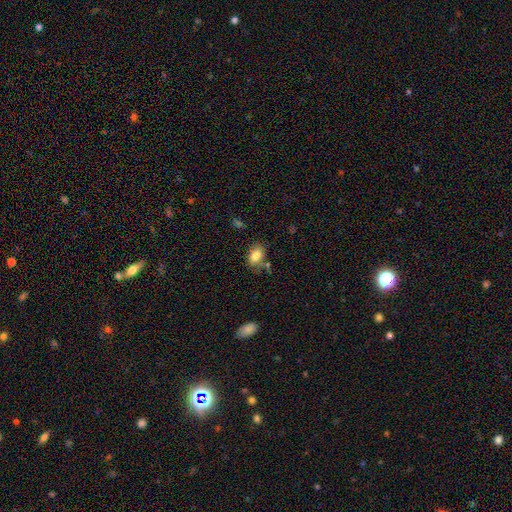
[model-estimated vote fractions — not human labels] A smooth galaxy with no disk features (81%) that is in between round and cigar-shaped (84%).

Vote fractions:
- Smooth or featured? smooth: 81% / featured or disk: 10% / star or artifact: 9%
- How rounded? in between: 84% / round: 15% / cigar-shaped: 2%
- Merging? none: 68% / minor disturbance: 19% / merger: 8% / major disturbance: 5%